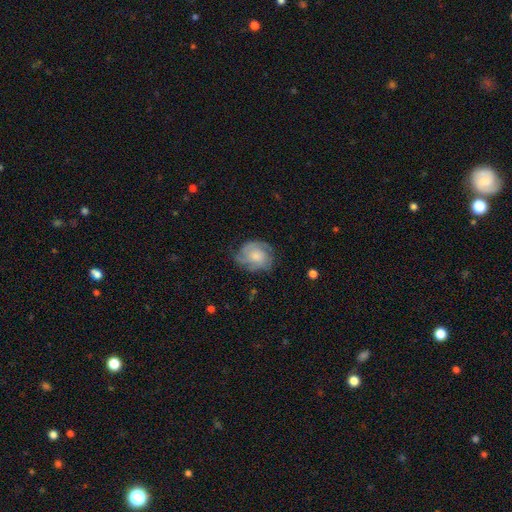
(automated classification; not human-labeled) This appears to be a featured or disk galaxy (62%) with no bar (77%), tight (50%) spiral arms (88%) and a moderate central bulge (44%). Merging: none (64%).